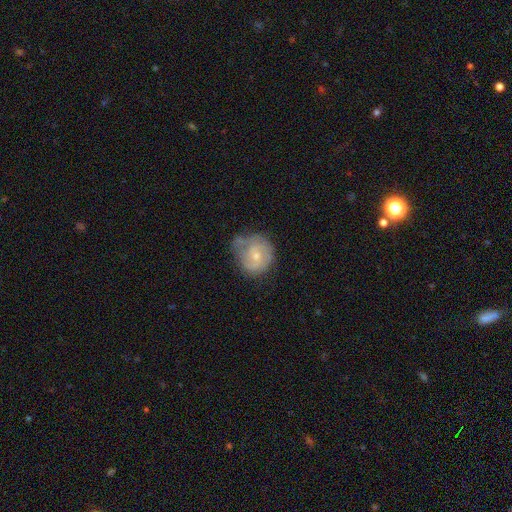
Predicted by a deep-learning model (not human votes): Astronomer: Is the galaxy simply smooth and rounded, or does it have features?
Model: featured or disk — 60%.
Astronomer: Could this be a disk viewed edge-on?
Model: no — 98%.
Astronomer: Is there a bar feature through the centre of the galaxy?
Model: no — 67%.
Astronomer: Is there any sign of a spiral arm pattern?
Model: yes — 80%.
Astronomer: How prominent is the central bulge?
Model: small — 56% (runner-up: moderate, 39%).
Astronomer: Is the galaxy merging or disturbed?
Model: none — 46% (runner-up: minor disturbance, 31%).